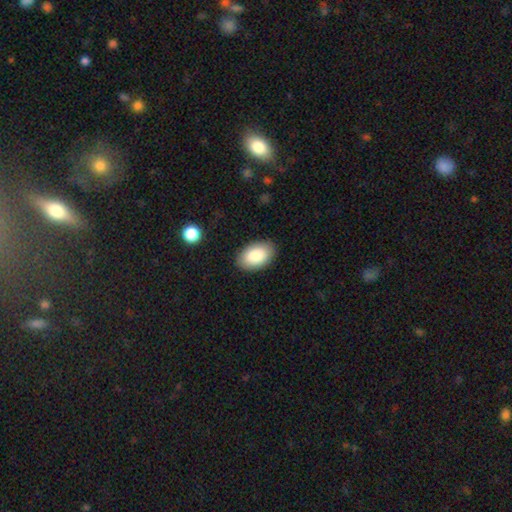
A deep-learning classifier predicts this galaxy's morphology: A smooth galaxy with no disk features (87%) that is in between round and cigar-shaped (94%). Merging: none (88%).